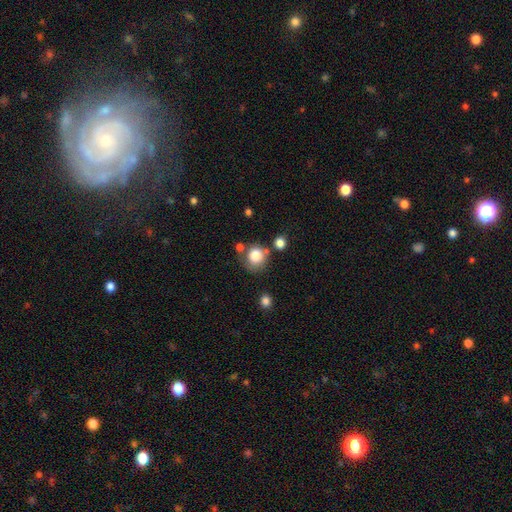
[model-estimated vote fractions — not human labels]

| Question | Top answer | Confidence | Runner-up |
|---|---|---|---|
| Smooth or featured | smooth | 80% | star or artifact (11%) |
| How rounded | round | 88% | in between (12%) |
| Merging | none | 67% | minor disturbance (14%) |